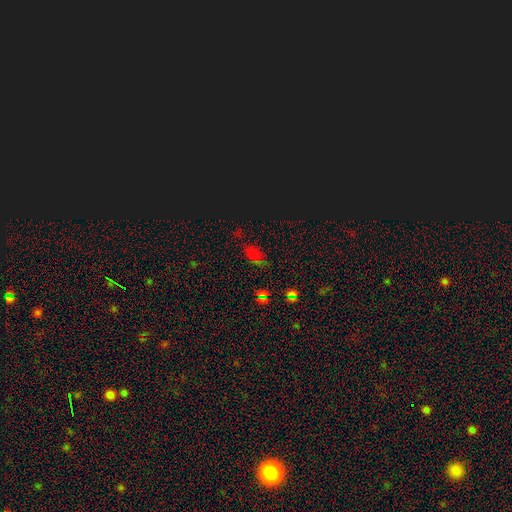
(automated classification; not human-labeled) Smooth or featured? Predicted: star or artifact (p=0.48).